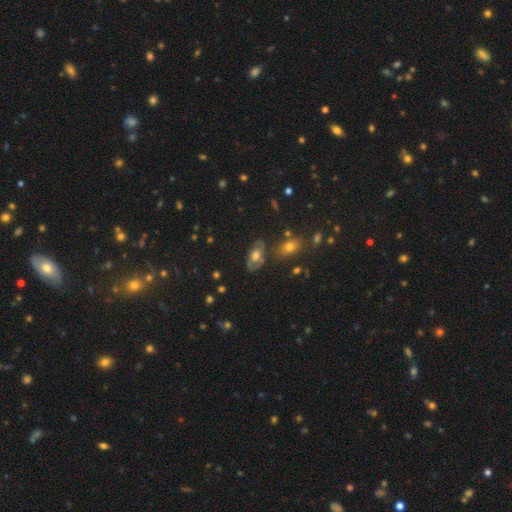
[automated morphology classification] Smooth or featured: featured or disk — 50% (smooth — 38%)
Edge-on disk: no — 89% (yes — 11%)
Merging: none — 64% (minor disturbance — 21%)